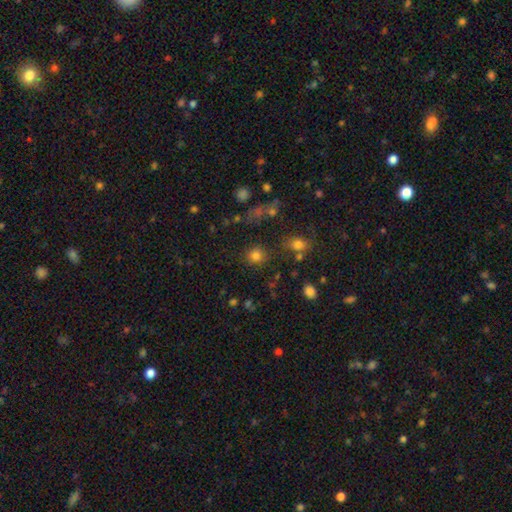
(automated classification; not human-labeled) Morphology: type=smooth (79%); roundness=round (85%); merging=none (79%).